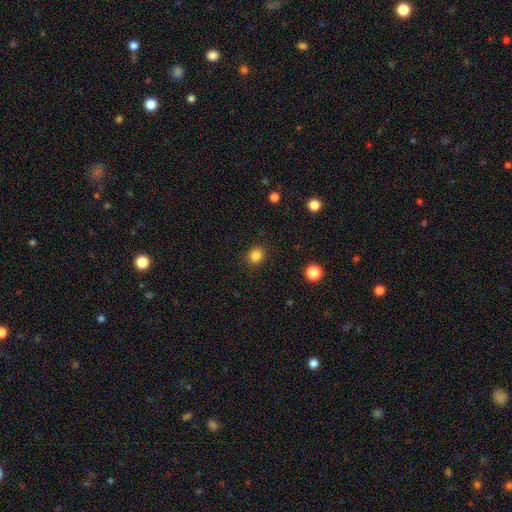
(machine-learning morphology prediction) The model was most divided on "how rounded": round: 79%, in between: 21%, cigar-shaped: 1%. More confident: merging — none (90%); smooth or featured — smooth (84%).